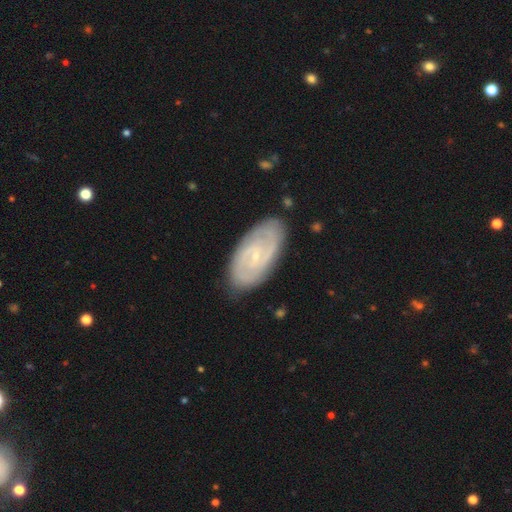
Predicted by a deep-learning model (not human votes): This appears to be a featured or disk galaxy (81%) with a weak bar (46%), 2 (61%) tight (56%) spiral arms (94%) and a small central bulge (82%). Merging: none (83%).